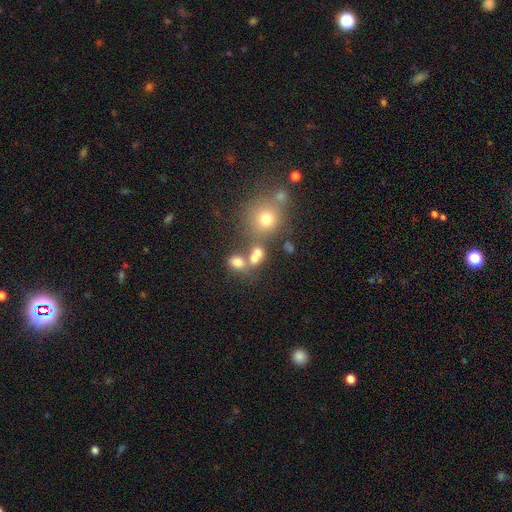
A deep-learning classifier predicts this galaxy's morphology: The model was most divided on "merging": merger: 42%, none: 40%, minor disturbance: 11%, major disturbance: 7%. More confident: smooth or featured — smooth (69%); how rounded — in between (52%).